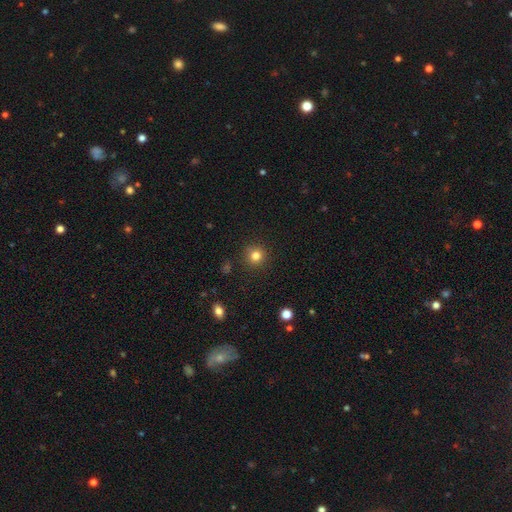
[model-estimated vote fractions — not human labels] A smooth galaxy with no disk features (82%) that is round (93%). Merging: none (90%).